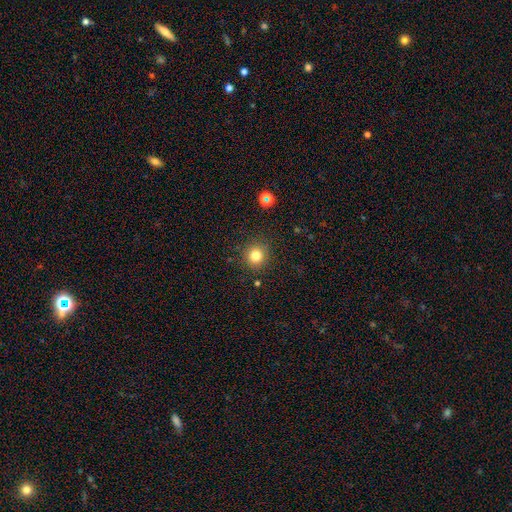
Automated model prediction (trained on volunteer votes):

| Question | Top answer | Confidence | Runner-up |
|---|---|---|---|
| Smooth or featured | smooth | 80% | star or artifact (13%) |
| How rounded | round | 92% | in between (7%) |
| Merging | none | 89% | minor disturbance (7%) |